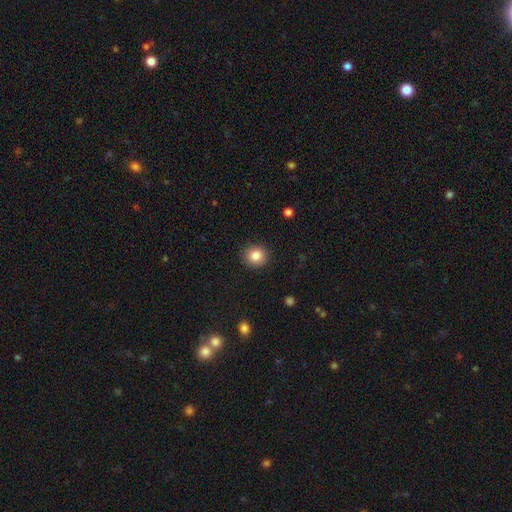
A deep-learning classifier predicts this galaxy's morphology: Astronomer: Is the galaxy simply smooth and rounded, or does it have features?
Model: smooth — 84%.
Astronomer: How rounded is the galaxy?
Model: round — 84%.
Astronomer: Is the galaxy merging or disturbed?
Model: none — 90%.